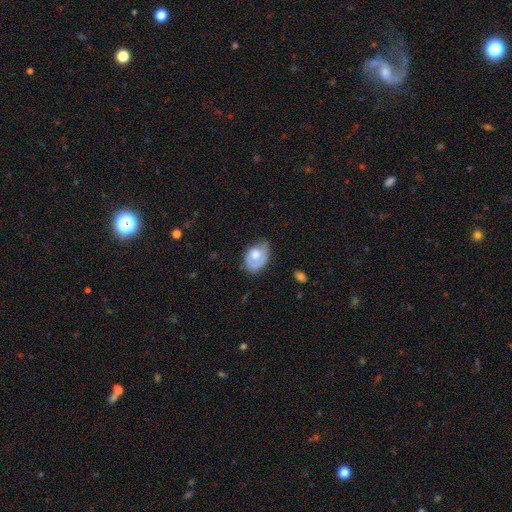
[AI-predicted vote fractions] Smooth or featured: smooth — 57% (featured or disk — 36%)
How rounded: in between — 79% (round — 20%)
Merging: none — 47% (minor disturbance — 36%)